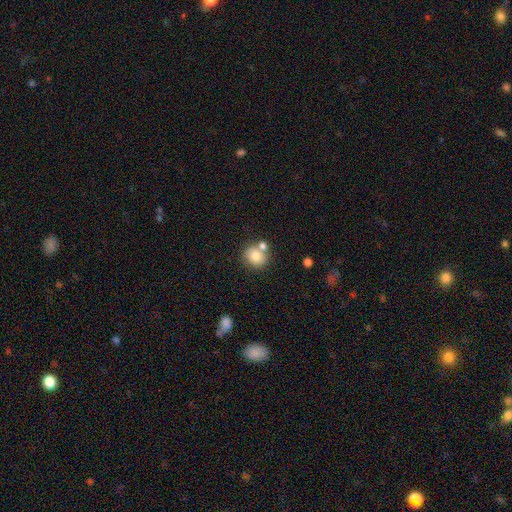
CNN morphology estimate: The model was most divided on "merging": none: 60%, merger: 27%, minor disturbance: 10%, major disturbance: 3%. More confident: how rounded — round (83%); smooth or featured — smooth (78%).